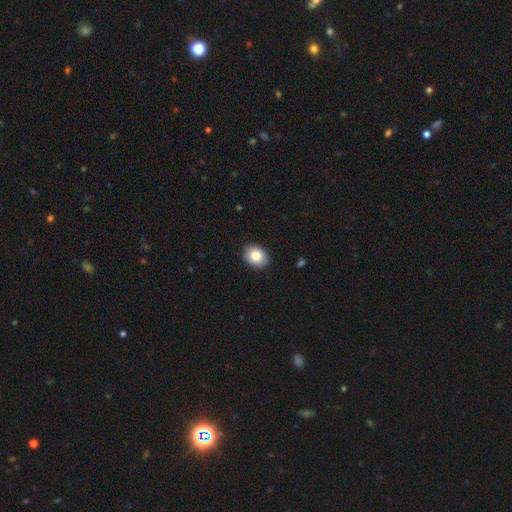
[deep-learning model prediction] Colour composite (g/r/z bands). It shows a smooth galaxy with no disk features (83%) that is in between round and cigar-shaped (62%). Merging: none (85%).